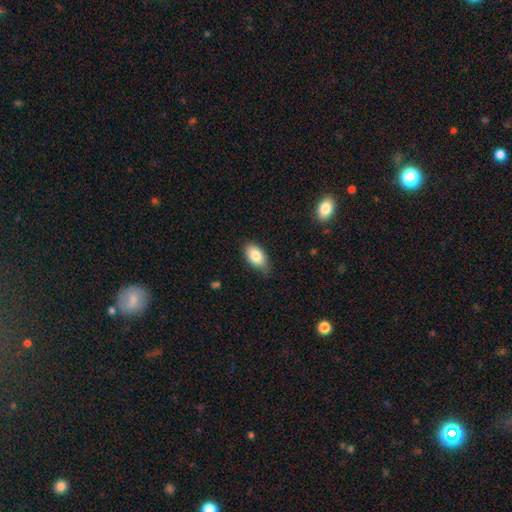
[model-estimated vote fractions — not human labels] The model was most divided on "merging": none: 70%, minor disturbance: 25%, major disturbance: 4%, merger: 1%. More confident: how rounded — in between (91%); smooth or featured — smooth (83%).